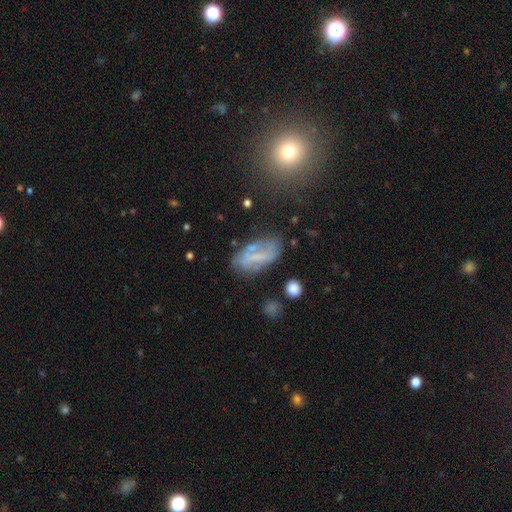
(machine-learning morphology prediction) smooth_or_featured: featured or disk (p=0.49) [alt: smooth p=0.39]
merging: none (p=0.57) [alt: minor disturbance p=0.23]